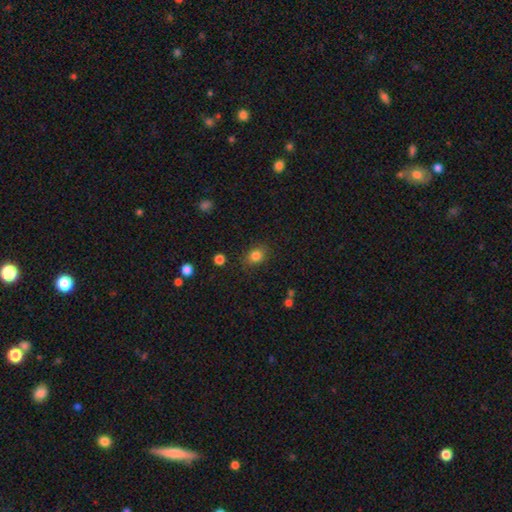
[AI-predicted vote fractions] Q: Smooth or featured?
A: smooth (82%); runner-up: star or artifact (11%)
Q: How rounded?
A: in between (54%); runner-up: round (45%)
Q: Merging?
A: none (82%); runner-up: minor disturbance (13%)